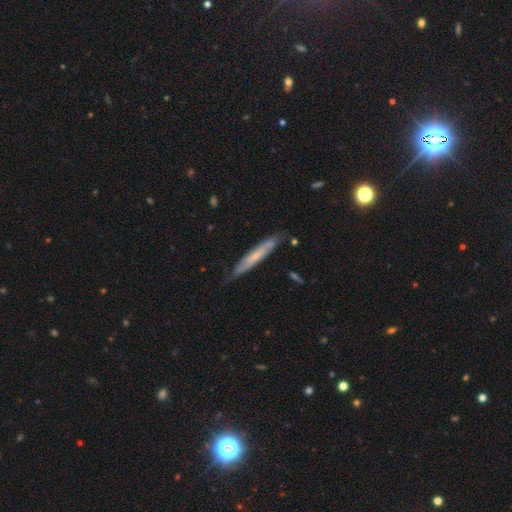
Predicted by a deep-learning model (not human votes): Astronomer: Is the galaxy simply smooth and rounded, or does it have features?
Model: smooth — 48% (runner-up: featured or disk, 47%).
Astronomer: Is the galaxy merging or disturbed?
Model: none — 78%.